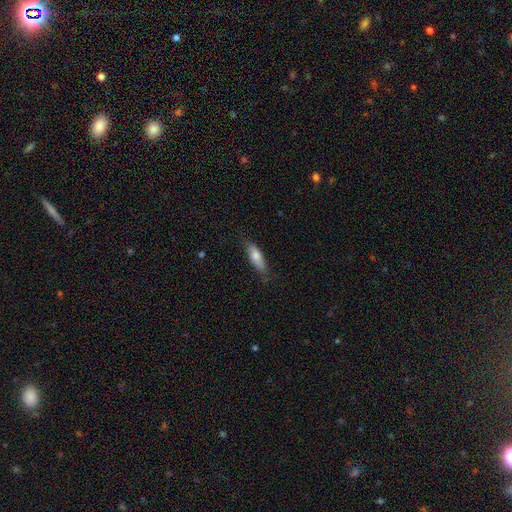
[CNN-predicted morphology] Smooth or featured? smooth (71%)
How rounded? cigar-shaped (51%)
Merging? none (76%)